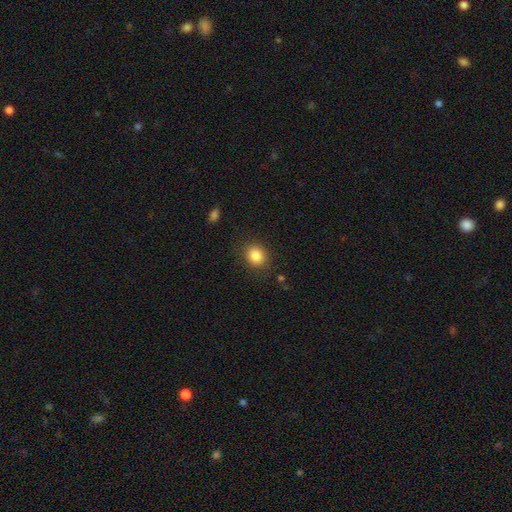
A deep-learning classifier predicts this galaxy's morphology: Smooth or featured?
  - smooth: 85% *
  - star or artifact: 10%
  - featured or disk: 5%
How rounded?
  - round: 68% *
  - in between: 31%
  - cigar-shaped: 1%
Merging?
  - none: 86% *
  - minor disturbance: 10%
  - major disturbance: 3%
  - merger: 1%